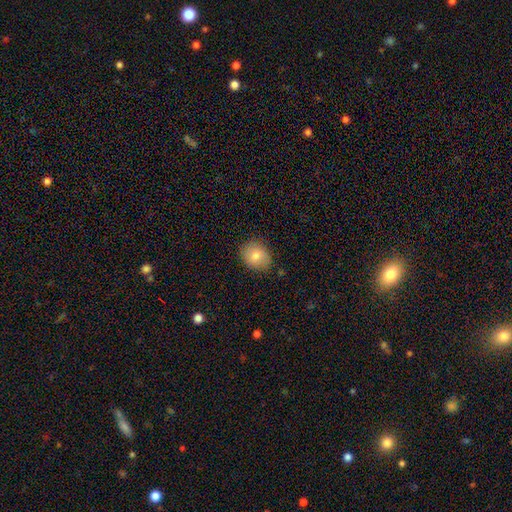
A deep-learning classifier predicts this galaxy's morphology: Smooth or featured?
  - smooth: 80% *
  - featured or disk: 11%
  - star or artifact: 9%
How rounded?
  - round: 60% *
  - in between: 39%
  - cigar-shaped: 1%
Merging?
  - none: 83% *
  - minor disturbance: 13%
  - major disturbance: 3%
  - merger: 1%